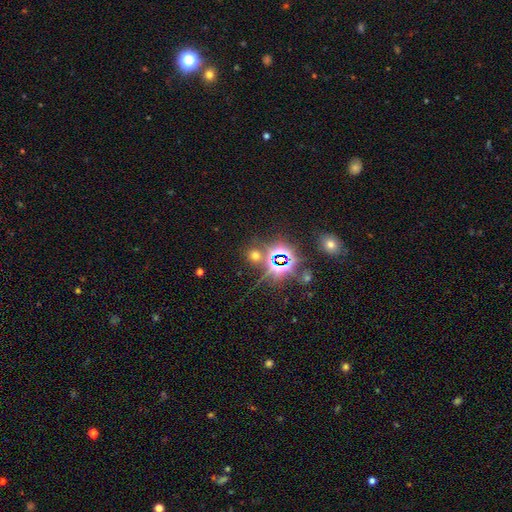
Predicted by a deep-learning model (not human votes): smooth_or_featured: star or artifact (p=0.52) [alt: smooth p=0.40]